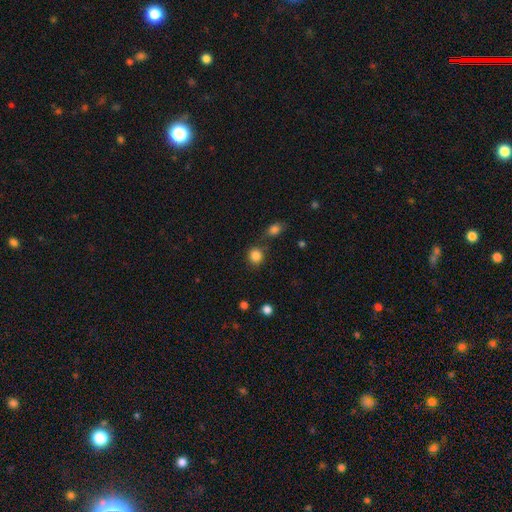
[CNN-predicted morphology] smooth 85%, star or artifact 11%, featured or disk 5%. Down the decision tree: how rounded — round (85%); merging — none (72%).